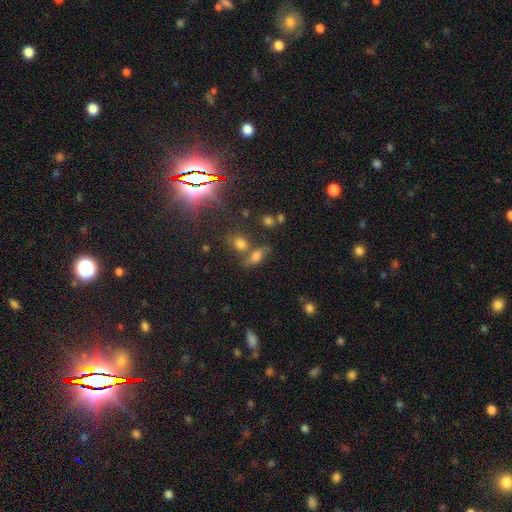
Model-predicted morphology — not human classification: Q: Smooth or featured?
A: star or artifact (72%); runner-up: smooth (18%)